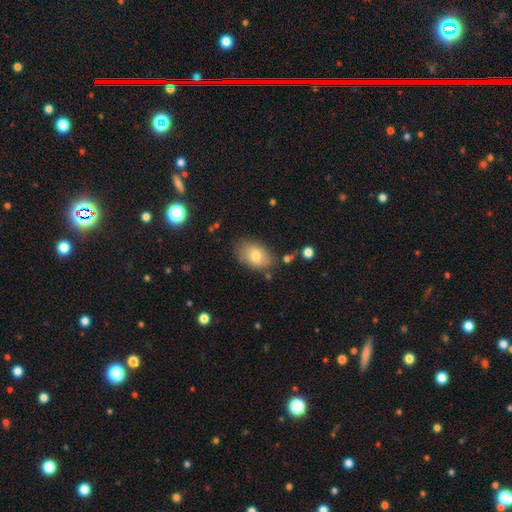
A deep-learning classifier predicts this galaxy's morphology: Overall: smooth (75%). How rounded: in between (88%). Merging: none (75%).